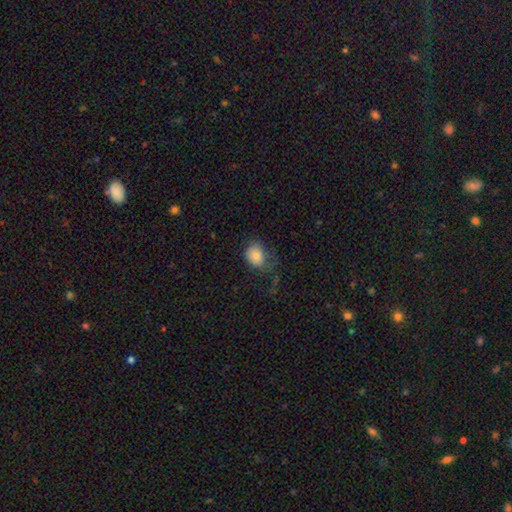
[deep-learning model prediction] Smooth or featured? smooth (80%)
How rounded? in between (54%)
Merging? none (47%)